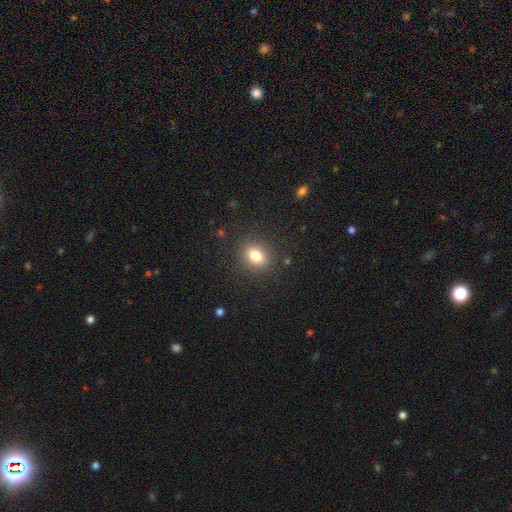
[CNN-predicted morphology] Smooth or featured: smooth — 81% (star or artifact — 11%)
How rounded: in between — 53% (round — 46%)
Merging: none — 86% (minor disturbance — 10%)